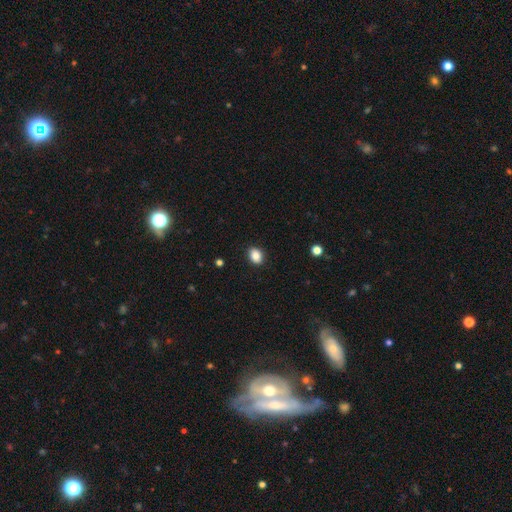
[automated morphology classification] A smooth galaxy with no disk features (86%) that is in between round and cigar-shaped (60%). Merging: none (89%).